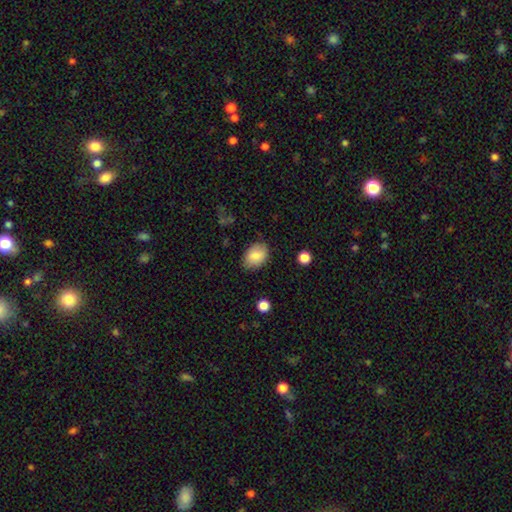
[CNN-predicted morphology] A smooth galaxy with no disk features (85%) that is in between round and cigar-shaped (82%). Merging: none (79%).